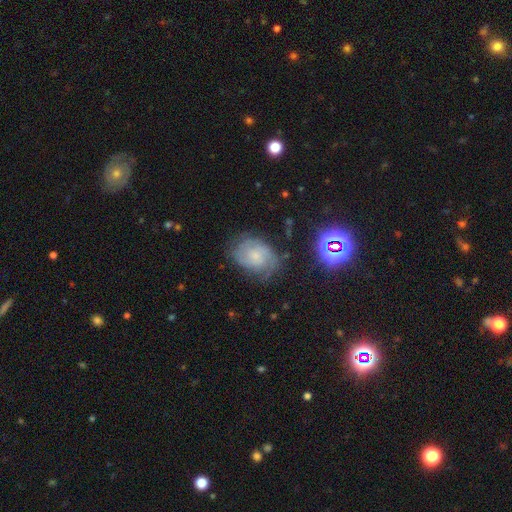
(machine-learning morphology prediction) Smooth or featured?
  - featured or disk: 68% *
  - smooth: 21%
  - star or artifact: 11%
Edge-on disk?
  - no: 97% *
  - yes: 3%
Bar?
  - no: 71% *
  - weak: 26%
  - strong: 4%
Spiral arms?
  - yes: 91% *
  - no: 9%
Spiral winding?
  - tight: 53% *
  - medium: 36%
  - loose: 11%
Spiral arm count?
  - 2: 40% *
  - can't tell: 32%
  - 3: 15%
  - 1: 6%
  - 4: 4%
  - more than 4: 3%
Bulge size?
  - small: 63% *
  - moderate: 23%
  - none: 10%
  - large: 3%
  - dominant: 1%
Merging?
  - none: 64% *
  - minor disturbance: 23%
  - major disturbance: 11%
  - merger: 2%